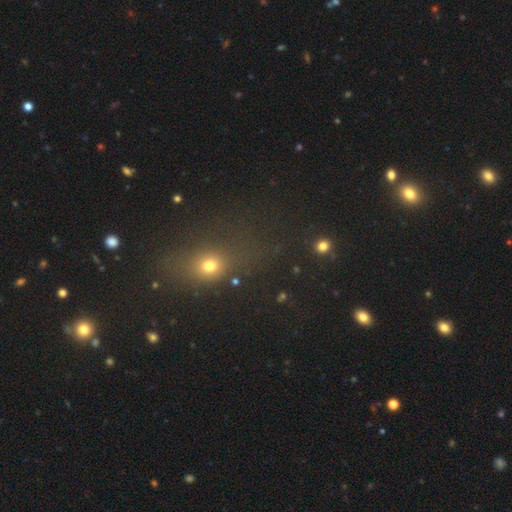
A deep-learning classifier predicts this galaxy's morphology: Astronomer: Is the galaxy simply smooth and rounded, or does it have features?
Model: smooth — 45% (runner-up: star or artifact, 44%).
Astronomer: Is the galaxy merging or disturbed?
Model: none — 78%.